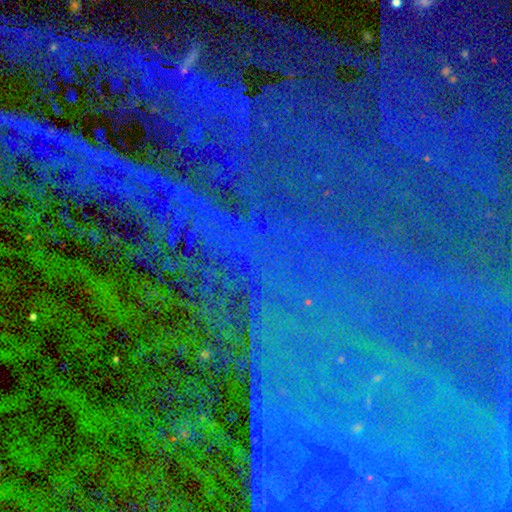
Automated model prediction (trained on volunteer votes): This appears to be a star or artifact, not a galaxy (85%).